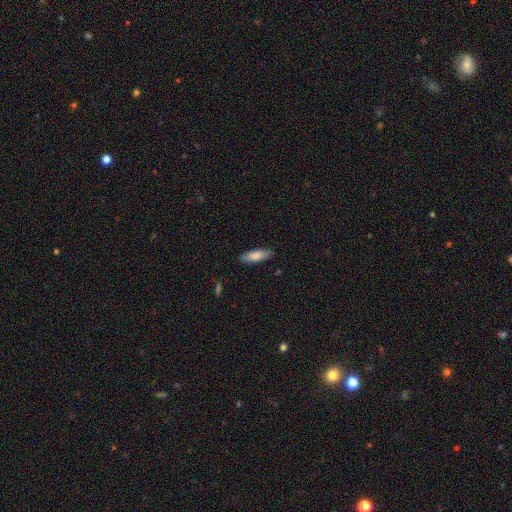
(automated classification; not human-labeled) smooth_or_featured: smooth (p=0.85) [alt: featured or disk p=0.09]
how_rounded: in between (p=0.60) [alt: cigar-shaped p=0.38]
merging: none (p=0.85) [alt: minor disturbance p=0.12]